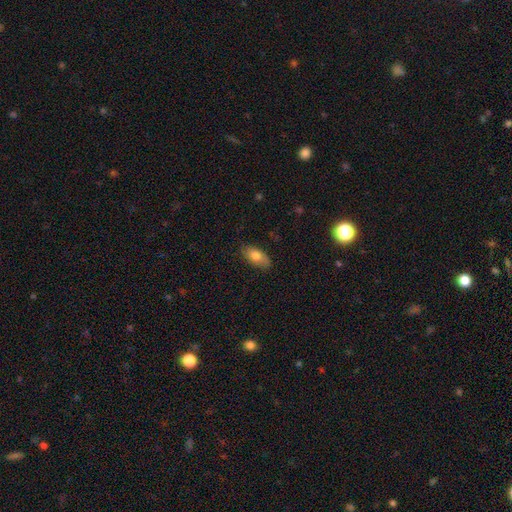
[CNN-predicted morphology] Overall: smooth (76%). How rounded: in between (91%). Merging: none (81%).